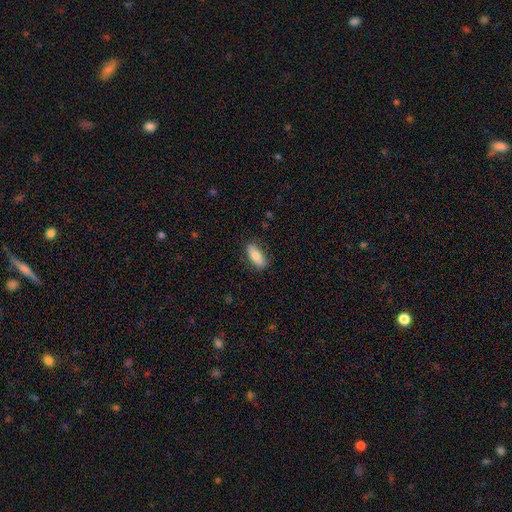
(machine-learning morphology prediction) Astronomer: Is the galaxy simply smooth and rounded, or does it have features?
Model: smooth — 76%.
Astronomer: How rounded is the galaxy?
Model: in between — 80%.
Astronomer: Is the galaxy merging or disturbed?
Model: none — 82%.